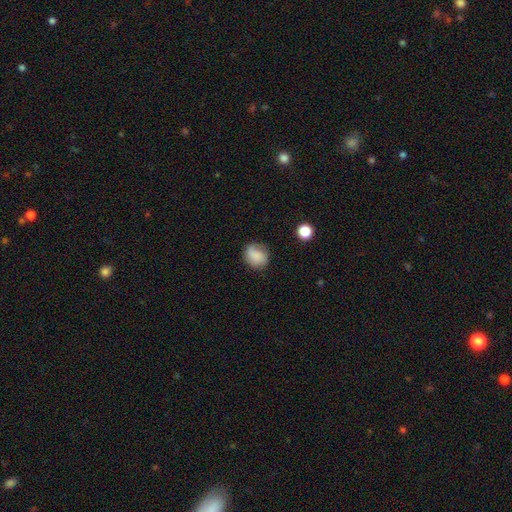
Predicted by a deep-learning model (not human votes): Smooth or featured?
  - smooth: 78% *
  - featured or disk: 13%
  - star or artifact: 9%
How rounded?
  - round: 69% *
  - in between: 29%
  - cigar-shaped: 1%
Merging?
  - none: 68% *
  - minor disturbance: 23%
  - major disturbance: 7%
  - merger: 2%